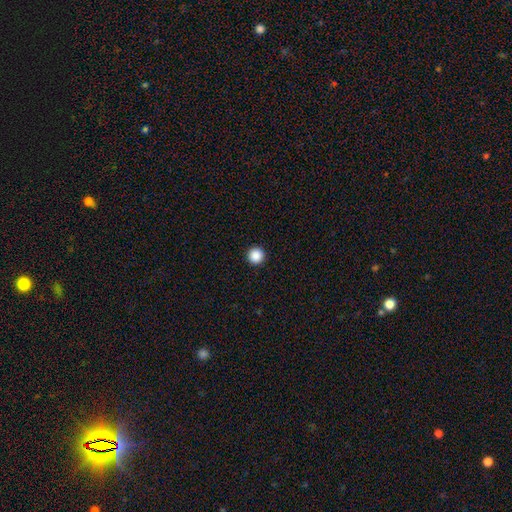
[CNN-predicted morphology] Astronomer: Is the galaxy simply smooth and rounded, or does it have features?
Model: smooth — 88%.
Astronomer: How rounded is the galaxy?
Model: round — 97%.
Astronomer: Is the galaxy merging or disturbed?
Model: none — 94%.